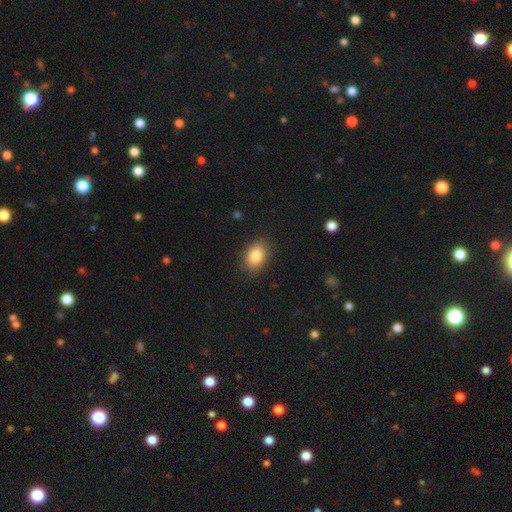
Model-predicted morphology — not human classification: Q: Smooth or featured?
A: smooth (84%); runner-up: star or artifact (8%)
Q: How rounded?
A: in between (79%); runner-up: round (19%)
Q: Merging?
A: none (85%); runner-up: minor disturbance (11%)